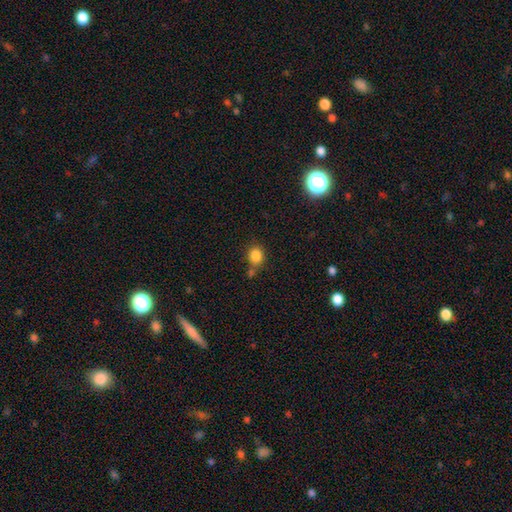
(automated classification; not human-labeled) Q: Smooth or featured?
A: smooth (84%); runner-up: star or artifact (11%)
Q: How rounded?
A: round (76%); runner-up: in between (23%)
Q: Merging?
A: none (67%); runner-up: merger (16%)